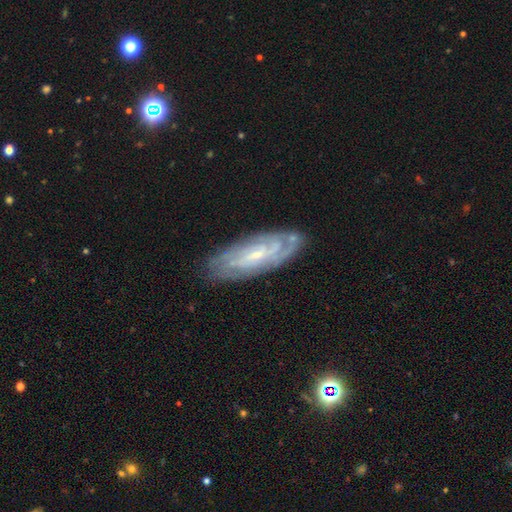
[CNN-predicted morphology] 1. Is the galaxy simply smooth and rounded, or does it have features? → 74% featured or disk, 17% smooth, 8% star or artifact.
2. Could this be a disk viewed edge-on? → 83% no, 17% yes.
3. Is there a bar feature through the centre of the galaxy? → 51% no, 38% weak, 11% strong.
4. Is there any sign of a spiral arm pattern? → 88% yes, 12% no.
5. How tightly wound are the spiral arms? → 68% tight, 25% medium, 7% loose.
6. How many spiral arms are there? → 56% can't tell, 16% 2, 10% 3, 9% 4, 5% more than 4, 4% 1.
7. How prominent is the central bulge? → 71% small, 22% moderate, 5% none, 1% large, 1% dominant.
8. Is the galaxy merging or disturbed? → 81% none, 14% minor disturbance, 3% major disturbance, 2% merger.